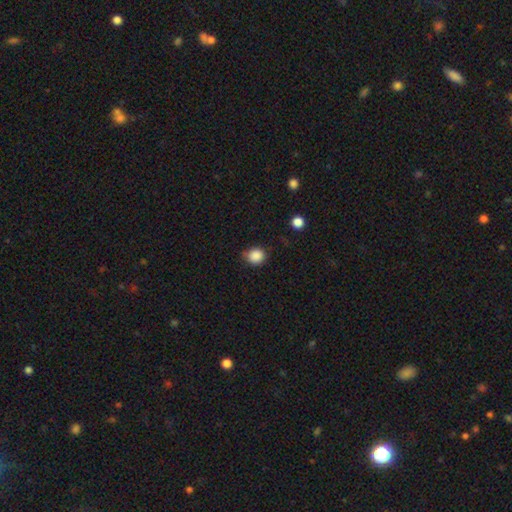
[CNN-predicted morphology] Smooth or featured? Predicted: smooth (p=0.87). How rounded? Predicted: round (p=0.78). Merging? Predicted: none (p=0.71).